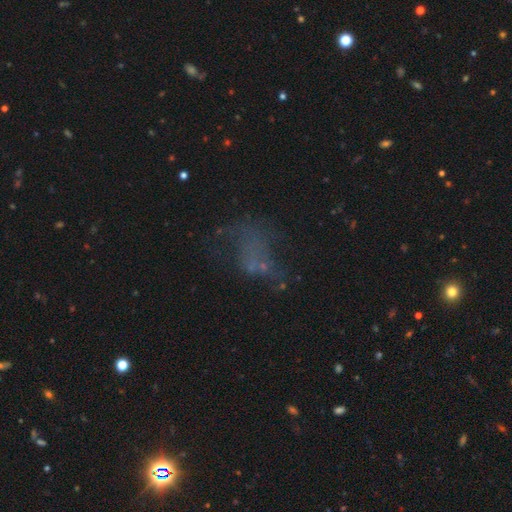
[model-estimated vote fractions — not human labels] Smooth or featured: star or artifact — 36% (featured or disk — 33%)